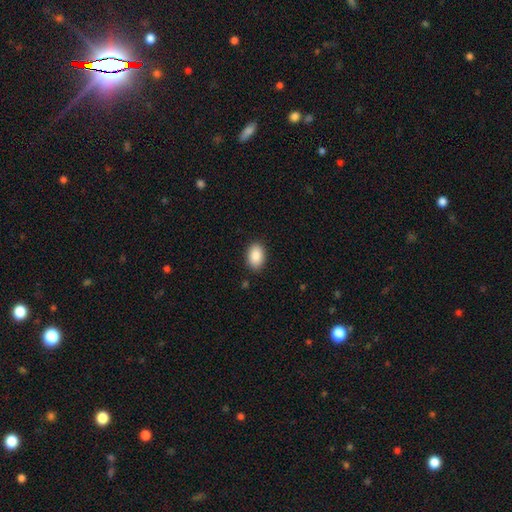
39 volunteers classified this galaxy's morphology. smooth 90%, star or artifact 8%, featured or disk 3%. Down the decision tree: how rounded — in between (74%); merging — none (92%).